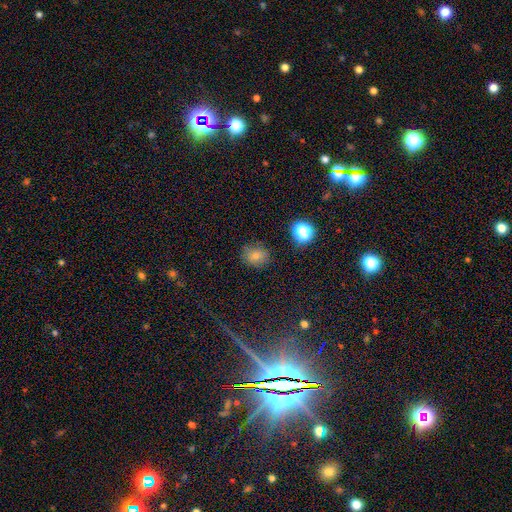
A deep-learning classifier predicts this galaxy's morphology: A smooth galaxy with no disk features (73%) that is round (64%). Merging: none (78%).